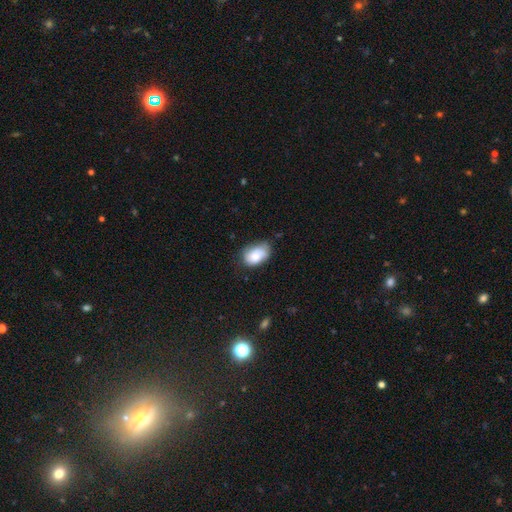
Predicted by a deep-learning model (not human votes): smooth_or_featured: smooth (p=0.77) [alt: featured or disk p=0.16]
how_rounded: in between (p=0.86) [alt: round p=0.12]
merging: none (p=0.56) [alt: minor disturbance p=0.34]